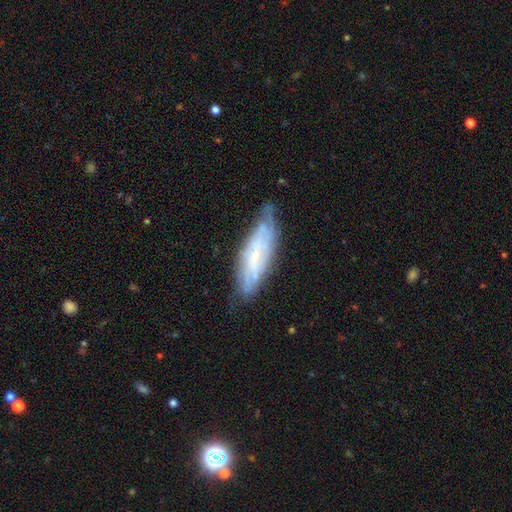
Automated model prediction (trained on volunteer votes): This appears to be a featured or disk galaxy (59%). Merging: none (62%).